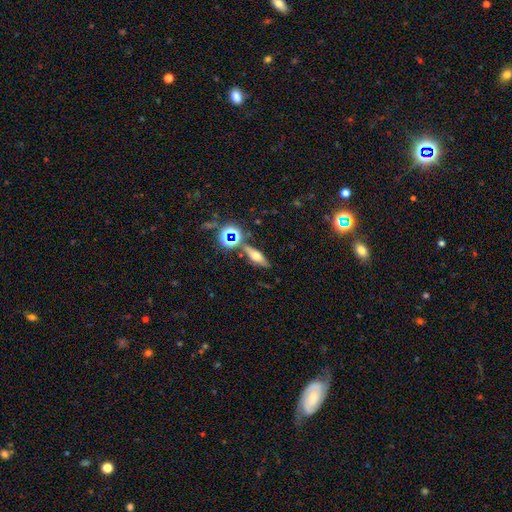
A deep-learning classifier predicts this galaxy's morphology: smooth-or-featured: smooth: 45% | featured or disk: 35% | star or artifact: 20%
  merging: none: 76% | minor disturbance: 13% | merger: 7% | major disturbance: 4%